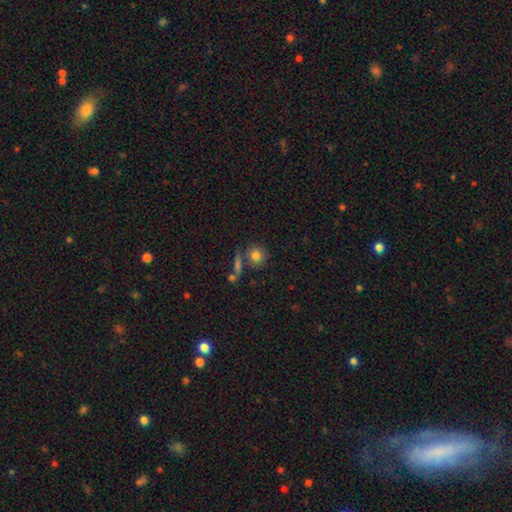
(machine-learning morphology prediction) smooth-or-featured: smooth: 80% | featured or disk: 10% | star or artifact: 10%
  how-rounded: round: 83% | in between: 14% | cigar-shaped: 2%
  merging: none: 68% | merger: 16% | minor disturbance: 12% | major disturbance: 5%